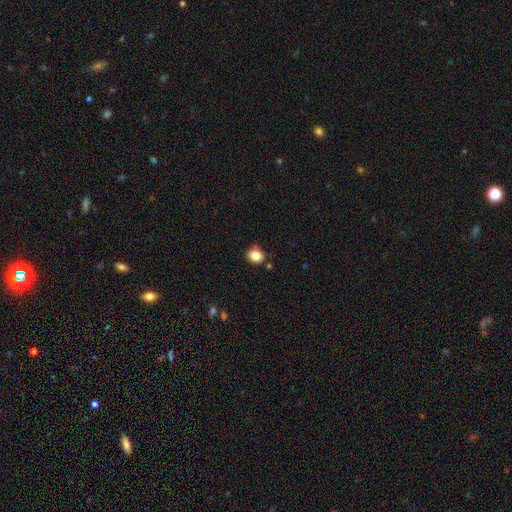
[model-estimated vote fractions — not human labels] smooth_or_featured: smooth (p=0.85) [alt: star or artifact p=0.10]
how_rounded: round (p=0.73) [alt: in between p=0.26]
merging: none (p=0.77) [alt: minor disturbance p=0.16]